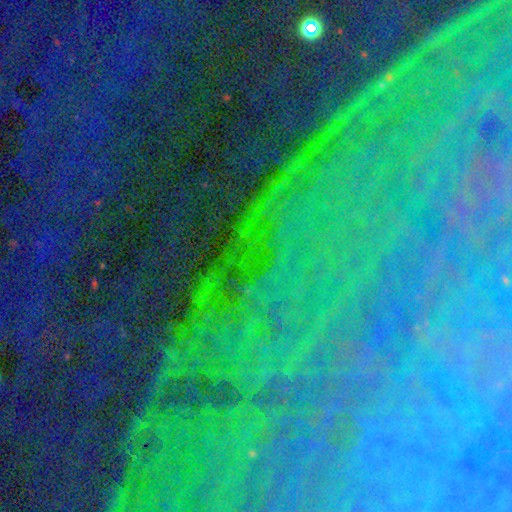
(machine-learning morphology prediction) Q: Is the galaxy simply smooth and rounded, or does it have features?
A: star or artifact — 75%.